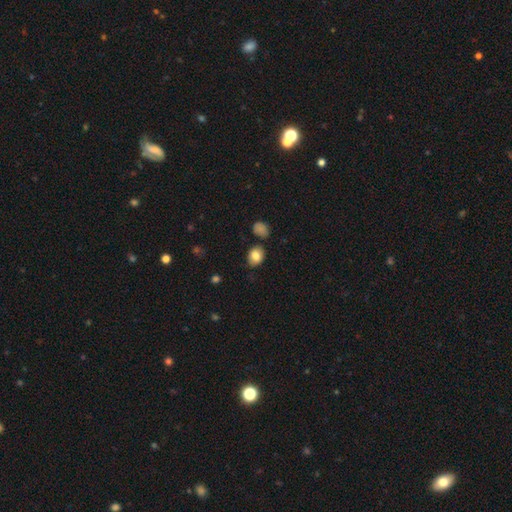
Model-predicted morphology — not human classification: type=smooth (82%); roundness=in between (56%); merging=none (79%).